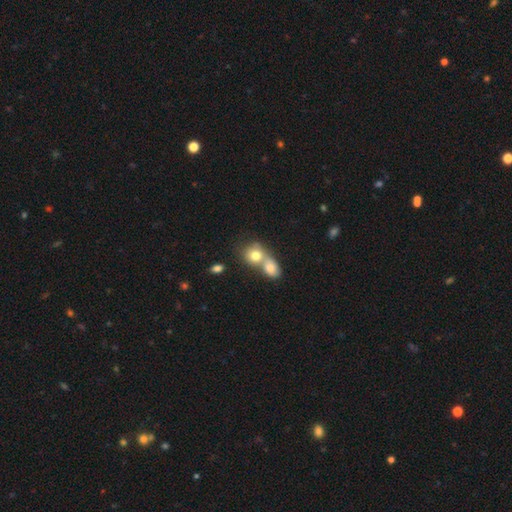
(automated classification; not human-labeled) smooth 76%, featured or disk 15%, star or artifact 9%. Down the decision tree: how rounded — round (64%); merging — merger (67%).